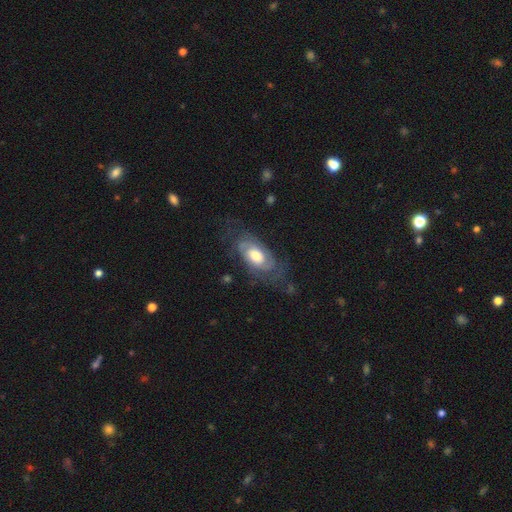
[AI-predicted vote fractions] featured or disk 81%, smooth 14%, star or artifact 5%. Down the decision tree: edge-on disk — no (95%); bar — no (65%); spiral arms — yes (92%); spiral arm count — 2 (56%); spiral winding — tight (56%); bulge size — moderate (50%); merging — none (66%).